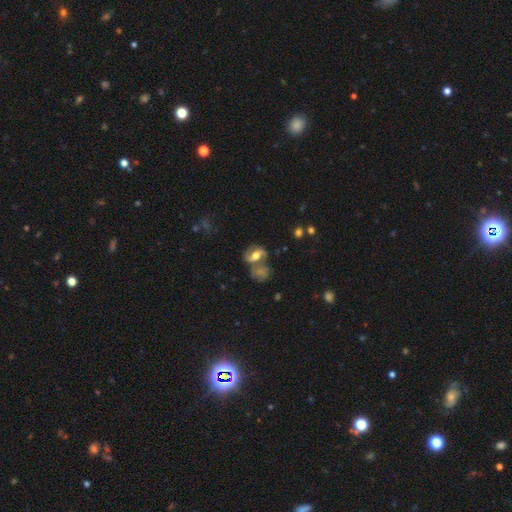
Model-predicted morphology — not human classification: Q: Smooth or featured?
A: featured or disk (56%); runner-up: smooth (33%)
Q: Edge-on disk?
A: no (94%); runner-up: yes (6%)
Q: Bar?
A: weak (39%); runner-up: no (38%)
Q: Spiral arms?
A: yes (76%); runner-up: no (24%)
Q: Bulge size?
A: moderate (59%); runner-up: large (22%)
Q: Merging?
A: none (41%); runner-up: merger (34%)